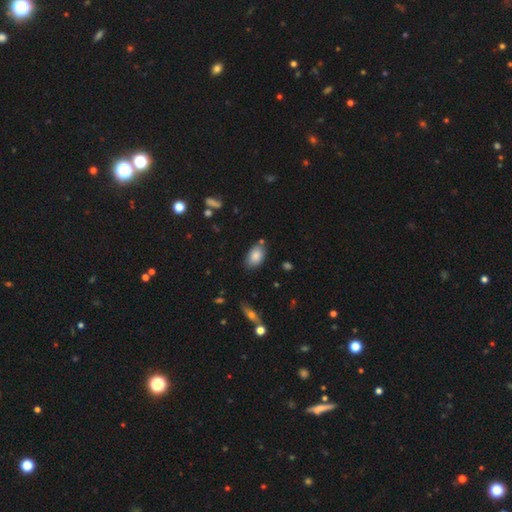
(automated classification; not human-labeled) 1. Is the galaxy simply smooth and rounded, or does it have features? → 84% smooth, 9% featured or disk, 7% star or artifact.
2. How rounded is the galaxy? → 91% in between, 7% round, 2% cigar-shaped.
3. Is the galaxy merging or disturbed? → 72% none, 19% minor disturbance, 6% merger, 4% major disturbance.